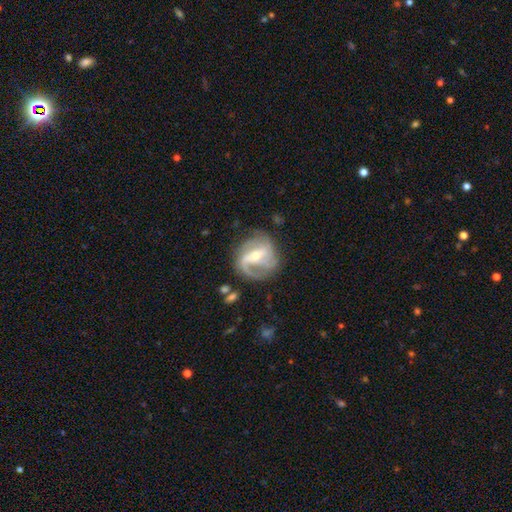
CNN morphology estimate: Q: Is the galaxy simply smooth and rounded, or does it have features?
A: featured or disk — 86%.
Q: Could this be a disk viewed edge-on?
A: no — 97%.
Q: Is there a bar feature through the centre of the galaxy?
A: weak — 44%.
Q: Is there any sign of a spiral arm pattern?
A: yes — 94%.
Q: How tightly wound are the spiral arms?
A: medium — 45%.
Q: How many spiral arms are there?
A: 2 — 43%.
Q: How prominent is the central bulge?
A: small — 50%.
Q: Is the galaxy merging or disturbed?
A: none — 66%.